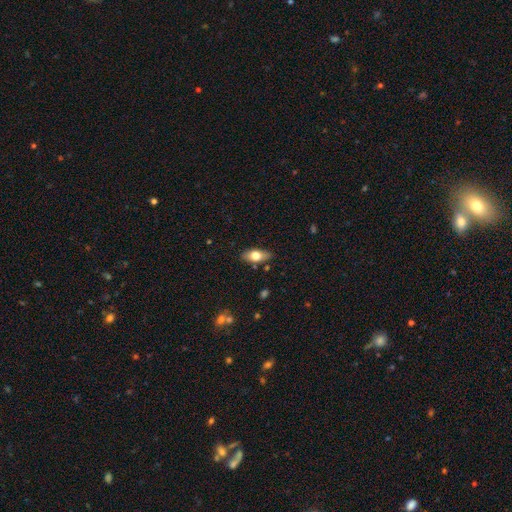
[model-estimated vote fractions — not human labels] Overall: smooth (68%). How rounded: in between (84%). Merging: none (82%).